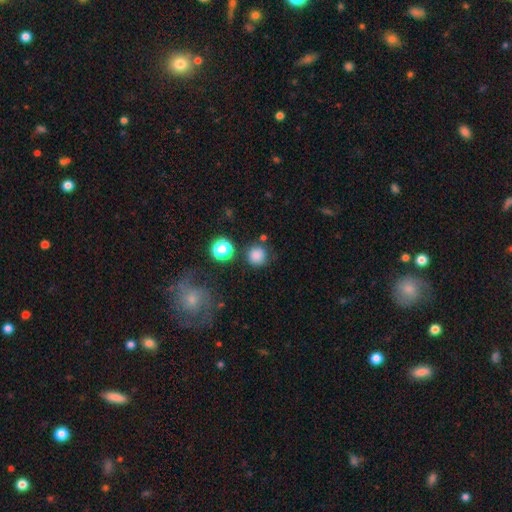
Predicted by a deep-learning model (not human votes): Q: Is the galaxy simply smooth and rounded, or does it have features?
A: smooth — 82%.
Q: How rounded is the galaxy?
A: round — 93%.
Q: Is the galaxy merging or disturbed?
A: none — 78%.